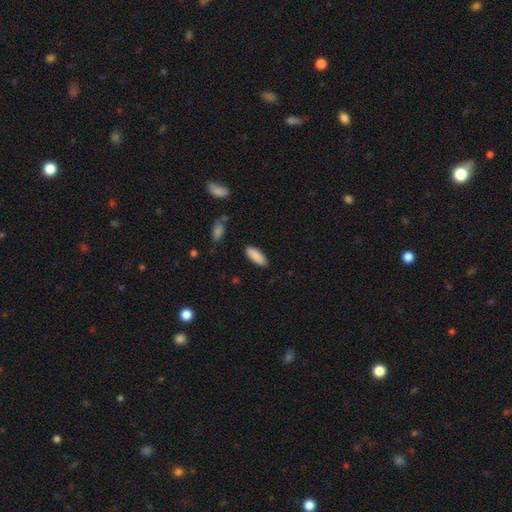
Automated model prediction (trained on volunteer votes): Smooth or featured? smooth (89%)
How rounded? in between (68%)
Merging? none (87%)